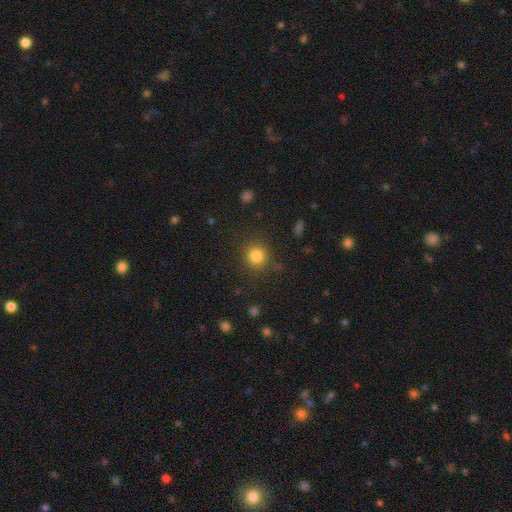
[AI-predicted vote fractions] smooth-or-featured: smooth: 82% | star or artifact: 12% | featured or disk: 6%
  how-rounded: round: 91% | in between: 8% | cigar-shaped: 1%
  merging: none: 87% | minor disturbance: 8% | major disturbance: 4% | merger: 2%